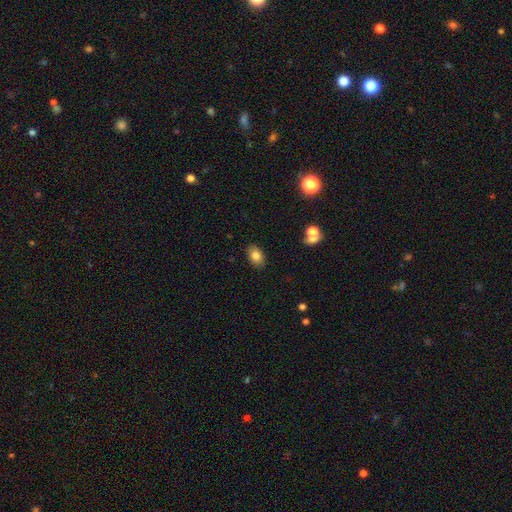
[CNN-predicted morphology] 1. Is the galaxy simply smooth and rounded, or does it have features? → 82% smooth, 9% featured or disk, 9% star or artifact.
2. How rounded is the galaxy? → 84% in between, 14% round, 1% cigar-shaped.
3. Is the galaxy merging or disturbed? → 86% none, 10% minor disturbance, 2% major disturbance, 2% merger.